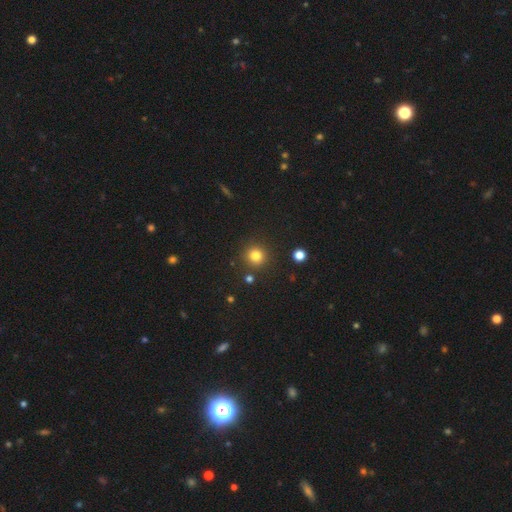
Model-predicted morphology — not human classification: smooth_or_featured: smooth (p=0.81) [alt: star or artifact p=0.14]
how_rounded: round (p=0.93) [alt: in between p=0.06]
merging: none (p=0.88) [alt: minor disturbance p=0.06]